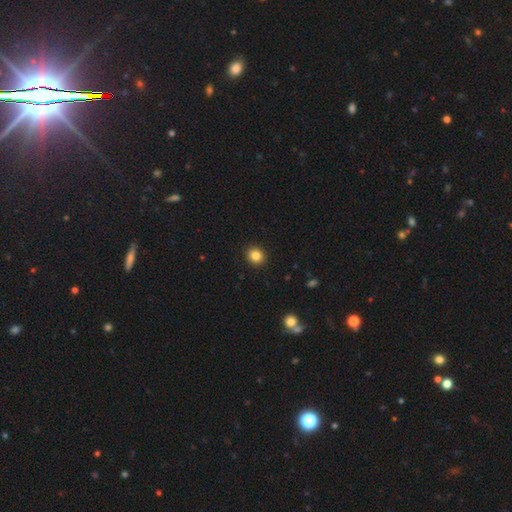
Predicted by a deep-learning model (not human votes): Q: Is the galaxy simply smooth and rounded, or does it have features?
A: smooth — 85%.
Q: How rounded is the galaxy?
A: round — 82%.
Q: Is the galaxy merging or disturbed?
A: none — 92%.